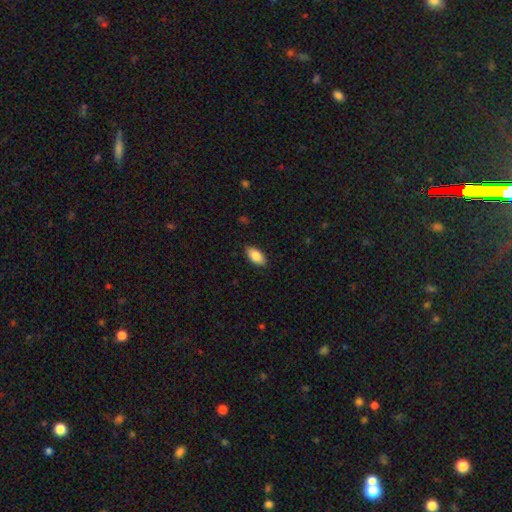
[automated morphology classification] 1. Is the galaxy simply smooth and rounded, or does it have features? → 85% smooth, 9% featured or disk, 6% star or artifact.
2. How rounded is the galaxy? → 92% in between, 5% cigar-shaped, 3% round.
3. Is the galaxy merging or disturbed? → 87% none, 10% minor disturbance, 2% major disturbance, 1% merger.